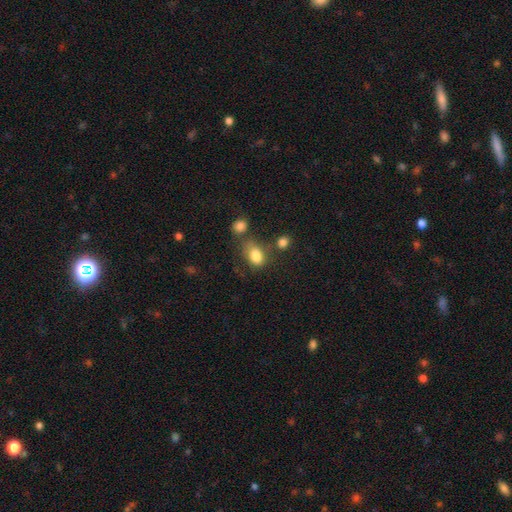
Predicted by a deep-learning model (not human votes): A smooth galaxy with no disk features (82%) that is in between round and cigar-shaped (78%).

Vote fractions:
- Smooth or featured? smooth: 82% / star or artifact: 10% / featured or disk: 8%
- How rounded? in between: 78% / round: 21% / cigar-shaped: 1%
- Merging? none: 52% / minor disturbance: 21% / merger: 17% / major disturbance: 9%